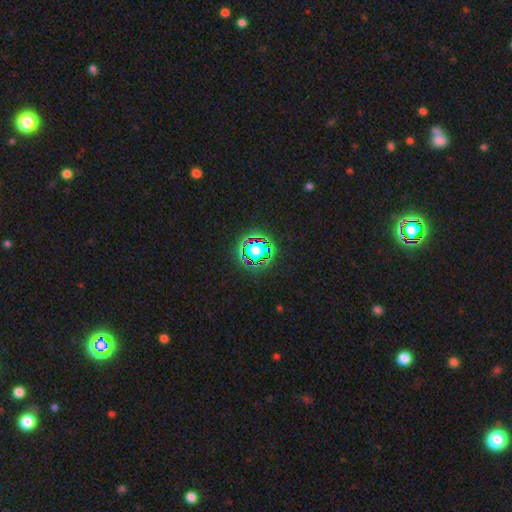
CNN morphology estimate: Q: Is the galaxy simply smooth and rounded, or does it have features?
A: star or artifact — 81%.